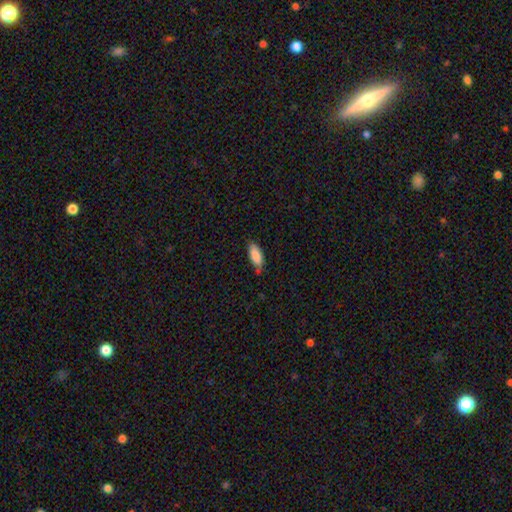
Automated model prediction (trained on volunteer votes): A smooth galaxy with no disk features (87%) that is in between round and cigar-shaped (80%).

Vote fractions:
- Smooth or featured? smooth: 87% / star or artifact: 6% / featured or disk: 6%
- How rounded? in between: 80% / cigar-shaped: 18% / round: 2%
- Merging? none: 66% / minor disturbance: 27% / major disturbance: 4% / merger: 3%